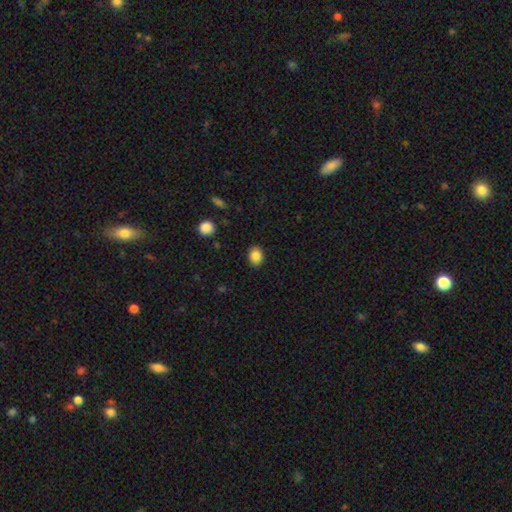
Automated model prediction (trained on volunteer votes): Smooth or featured? smooth (85%)
How rounded? in between (52%)
Merging? none (89%)